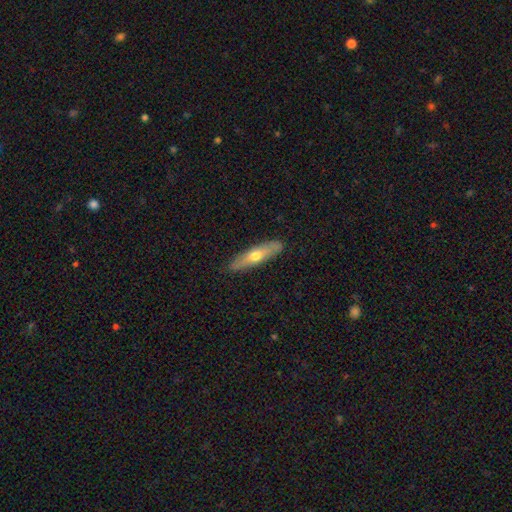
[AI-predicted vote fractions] Smooth or featured? smooth (54%)
How rounded? cigar-shaped (73%)
Merging? none (87%)